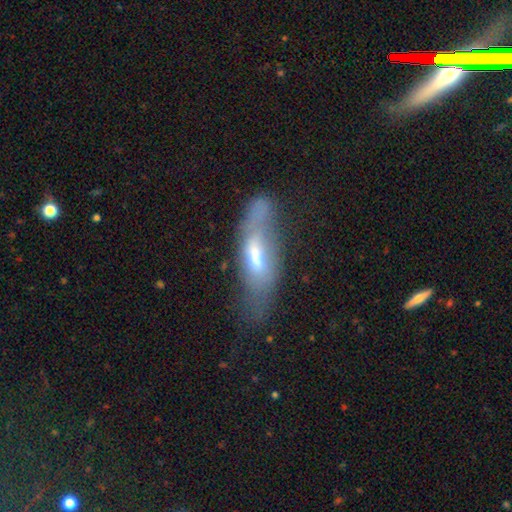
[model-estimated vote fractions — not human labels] Morphology: type=smooth (49%); merging=none (36%).